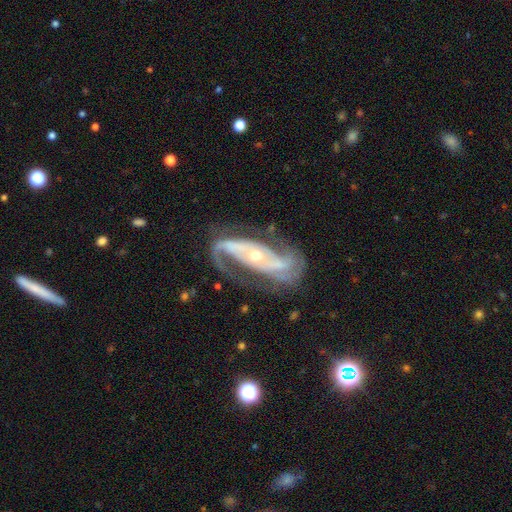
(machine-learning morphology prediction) A featured or disk galaxy (91%) with no bar (44%), 2 (77%) medium (47%) spiral arms (97%) and a small central bulge (54%). Merging: none (68%).